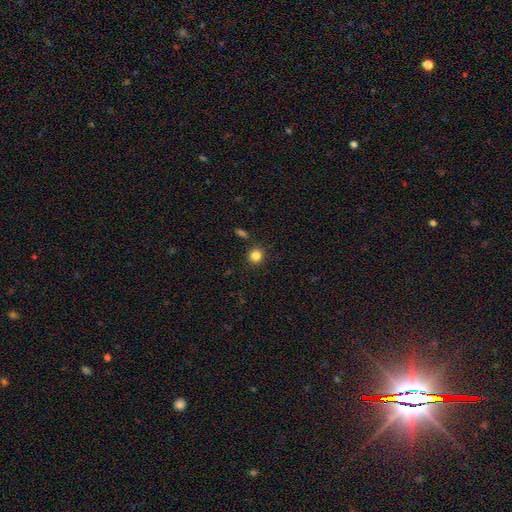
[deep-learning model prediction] A smooth galaxy with no disk features (84%) that is round (90%). Merging: none (88%).